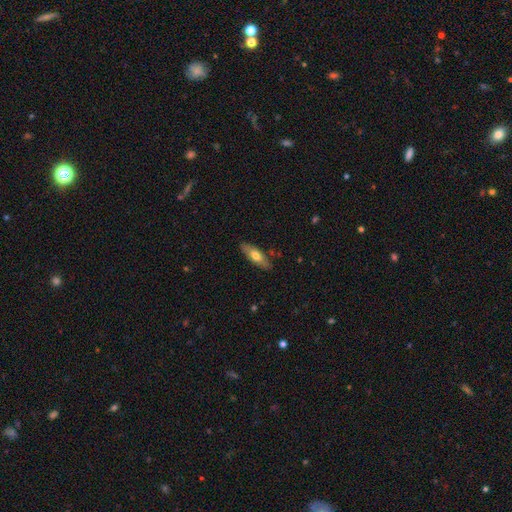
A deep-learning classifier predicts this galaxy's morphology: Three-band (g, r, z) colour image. It shows a smooth galaxy with no disk features (59%) that is in between round and cigar-shaped (61%). Merging: none (82%).